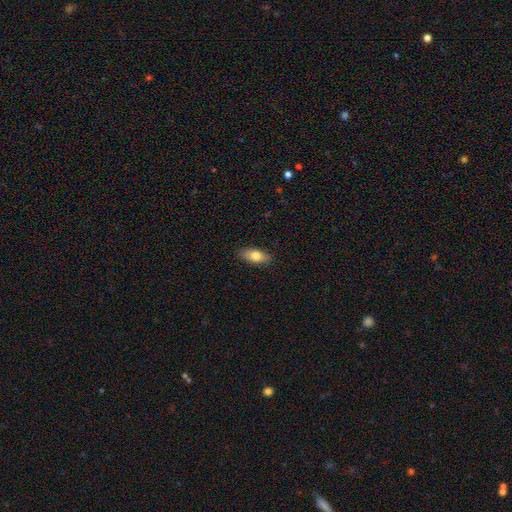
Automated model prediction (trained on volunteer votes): This appears to be a smooth galaxy with no disk features (75%) that is in between round and cigar-shaped (85%). Merging: none (87%).